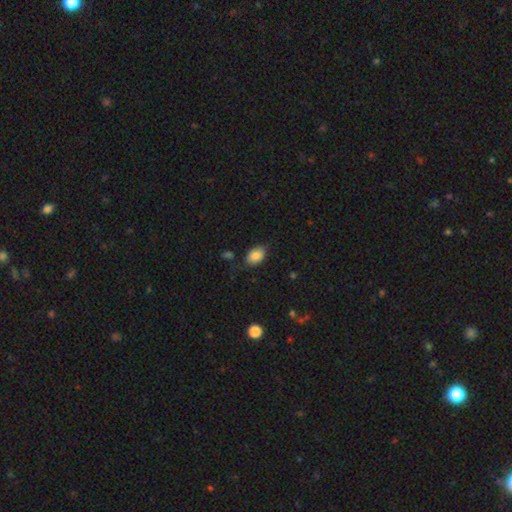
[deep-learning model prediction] Smooth or featured? Predicted: smooth (p=0.81). How rounded? Predicted: in between (p=0.81). Merging? Predicted: none (p=0.65).